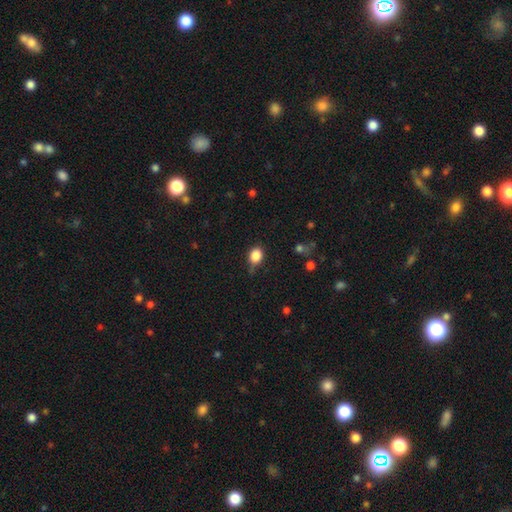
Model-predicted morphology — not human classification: type=smooth (85%); roundness=in between (57%); merging=none (66%).